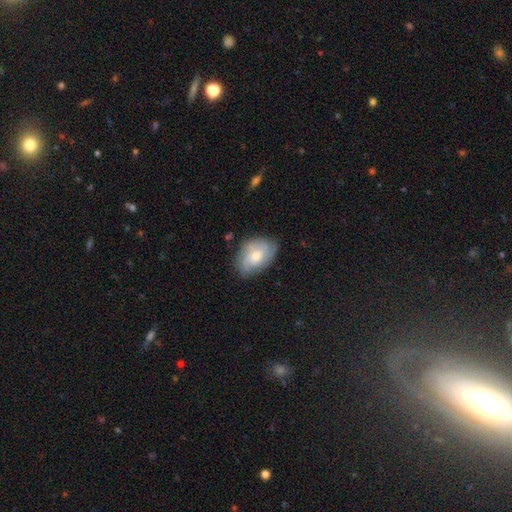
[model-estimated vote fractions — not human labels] A featured or disk galaxy (55%) with no bar (68%), spiral arms (84%) and a moderate central bulge (66%).

Vote fractions:
- Smooth or featured? featured or disk: 55% / smooth: 38% / star or artifact: 7%
- Edge-on disk? no: 95% / yes: 5%
- Bar? no: 68% / weak: 28% / strong: 4%
- Spiral arms? yes: 84% / no: 16%
- Bulge size? moderate: 66% / small: 26% / large: 5% / none: 2% / dominant: 1%
- Merging? none: 72% / minor disturbance: 22% / major disturbance: 5% / merger: 1%